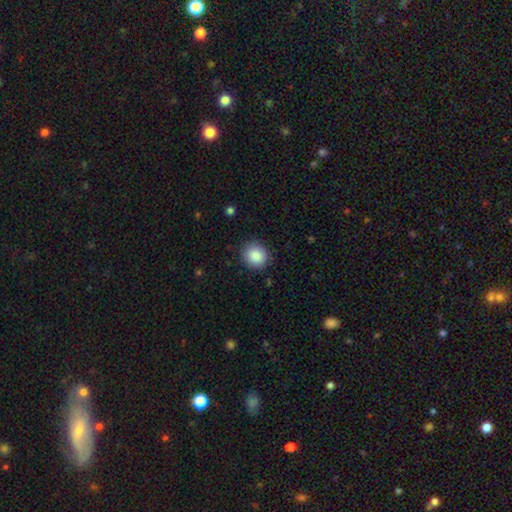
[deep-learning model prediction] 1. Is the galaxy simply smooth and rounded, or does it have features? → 87% smooth, 8% star or artifact, 4% featured or disk.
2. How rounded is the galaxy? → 85% round, 14% in between, 1% cigar-shaped.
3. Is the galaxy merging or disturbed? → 89% none, 8% minor disturbance, 2% major disturbance, 1% merger.